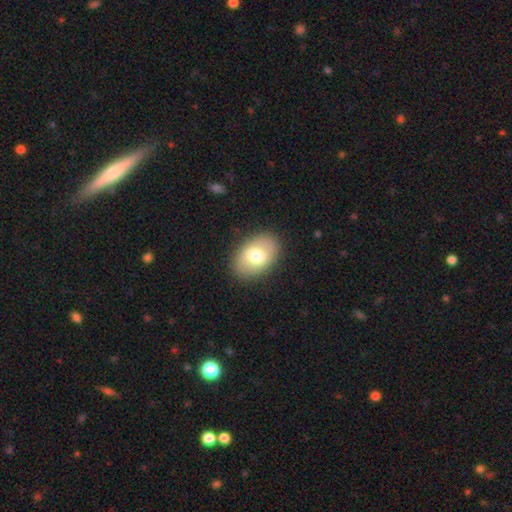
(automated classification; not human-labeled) Overall: smooth (70%). How rounded: in between (85%). Merging: none (87%).